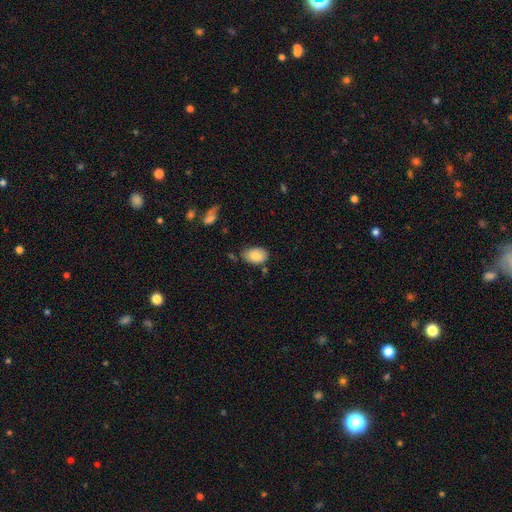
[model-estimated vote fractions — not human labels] Morphology: type=smooth (82%); roundness=in between (88%); merging=none (66%).